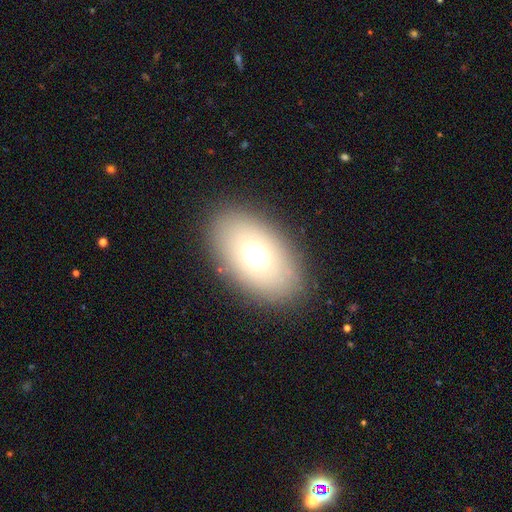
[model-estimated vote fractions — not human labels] A smooth galaxy with no disk features (63%) that is in between round and cigar-shaped (84%).

Vote fractions:
- Smooth or featured? smooth: 63% / featured or disk: 24% / star or artifact: 13%
- How rounded? in between: 84% / round: 14% / cigar-shaped: 2%
- Merging? none: 85% / minor disturbance: 9% / major disturbance: 5% / merger: 1%